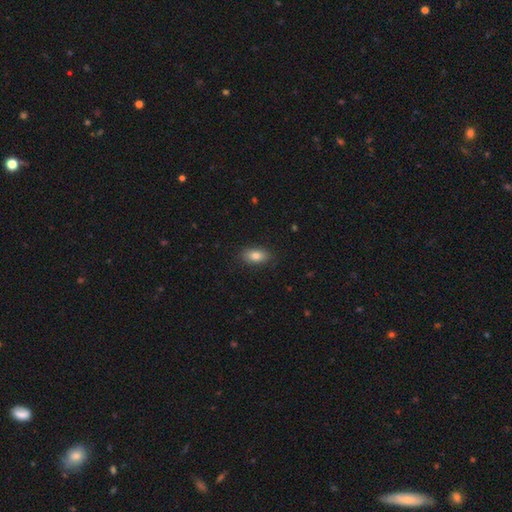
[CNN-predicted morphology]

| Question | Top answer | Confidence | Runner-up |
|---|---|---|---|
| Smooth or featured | smooth | 81% | featured or disk (11%) |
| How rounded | in between | 89% | round (7%) |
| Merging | none | 86% | minor disturbance (10%) |